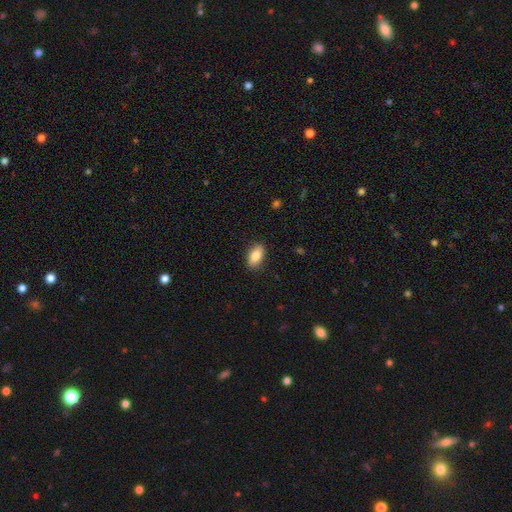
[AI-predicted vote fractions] Morphology: type=smooth (84%); roundness=in between (90%); merging=none (87%).